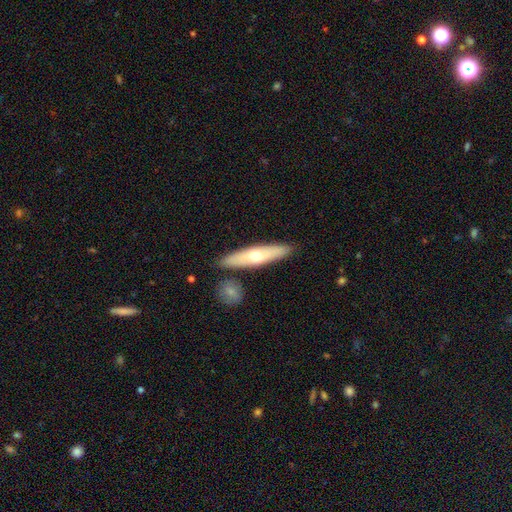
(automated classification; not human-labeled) smooth 51%, featured or disk 44%, star or artifact 6%. Down the decision tree: how rounded — cigar-shaped (75%); merging — none (84%).